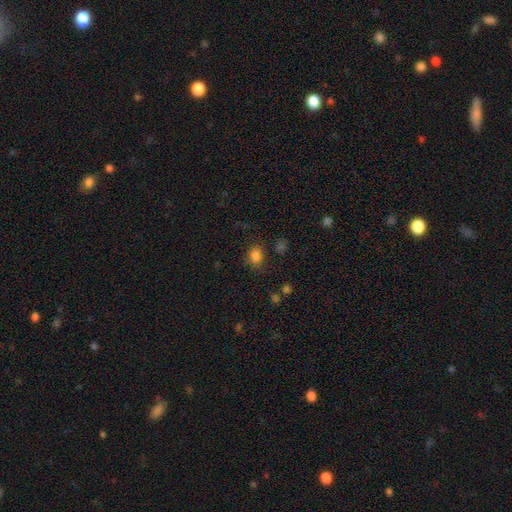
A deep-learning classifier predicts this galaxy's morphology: Smooth or featured? smooth (80%)
How rounded? in between (53%)
Merging? none (74%)